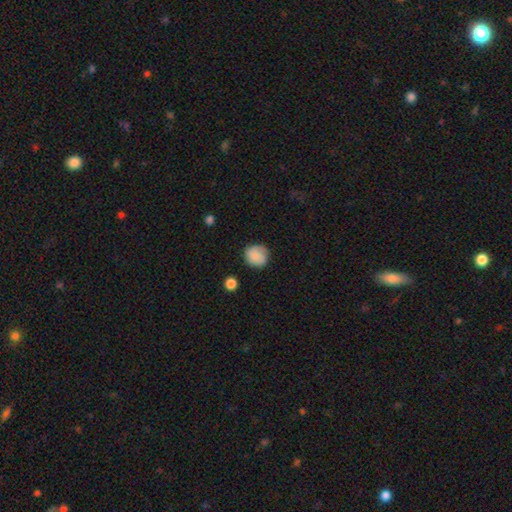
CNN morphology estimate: Overall: smooth (82%). How rounded: round (87%). Merging: none (80%).